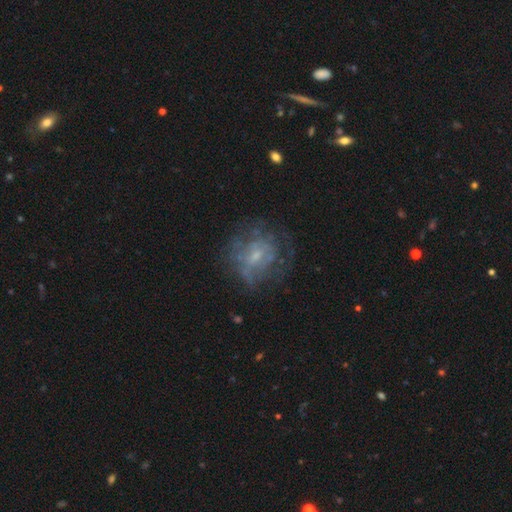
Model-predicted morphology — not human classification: Smooth or featured? featured or disk (59%)
Edge-on disk? no (97%)
Bar? no (62%)
Spiral arms? no (54%)
Bulge size? small (56%)
Merging? none (58%)